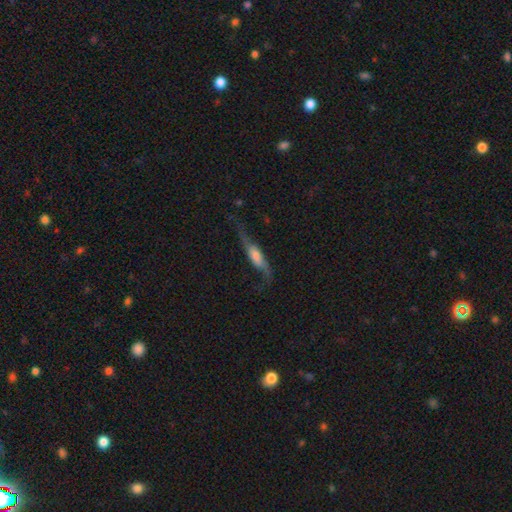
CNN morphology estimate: Overall: featured or disk (67%). Edge-on disk: no (54%; yes 46%). Merging: none (53%; minor disturbance 23%).